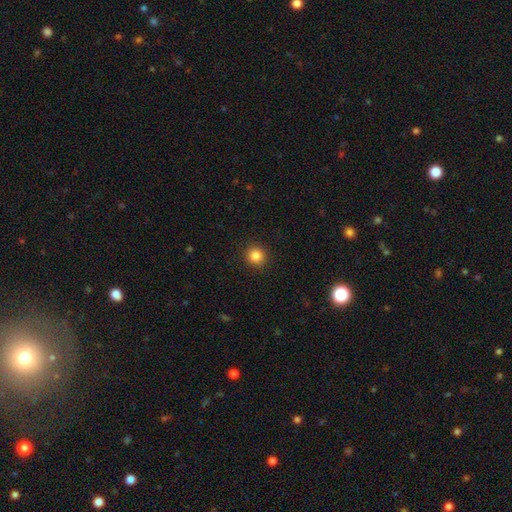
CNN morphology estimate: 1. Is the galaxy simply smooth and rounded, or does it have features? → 85% smooth, 11% star or artifact, 4% featured or disk.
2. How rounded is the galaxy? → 94% round, 5% in between, 1% cigar-shaped.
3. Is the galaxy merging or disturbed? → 92% none, 5% minor disturbance, 2% major disturbance, 1% merger.